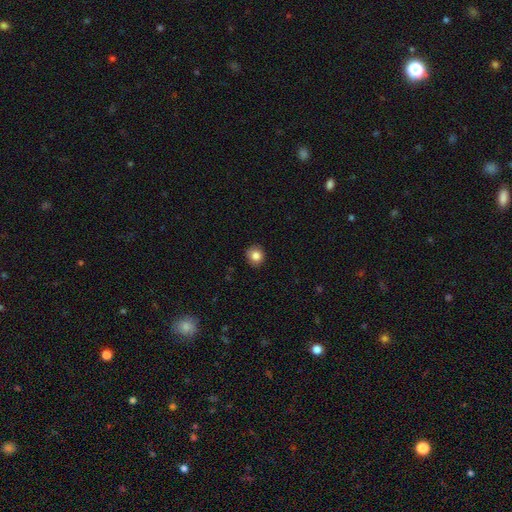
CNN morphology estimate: This appears to be a smooth galaxy with no disk features (85%) that is round (84%). Merging: none (88%).